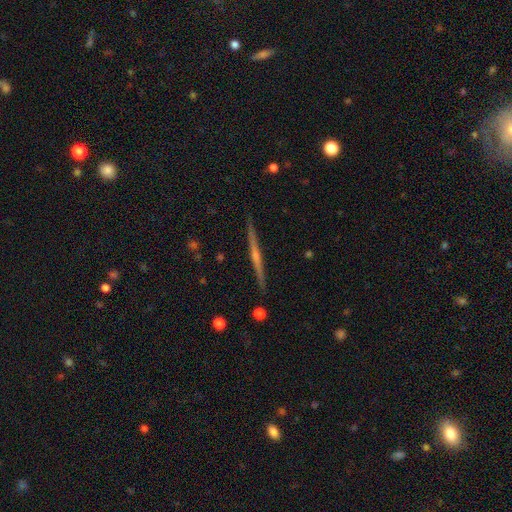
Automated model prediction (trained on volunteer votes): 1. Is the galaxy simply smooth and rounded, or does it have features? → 79% featured or disk, 15% smooth, 6% star or artifact.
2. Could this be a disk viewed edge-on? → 98% yes, 2% no.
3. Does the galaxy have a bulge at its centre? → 69% rounded, 24% none, 7% boxy.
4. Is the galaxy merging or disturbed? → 92% none, 6% minor disturbance, 1% merger, 1% major disturbance.